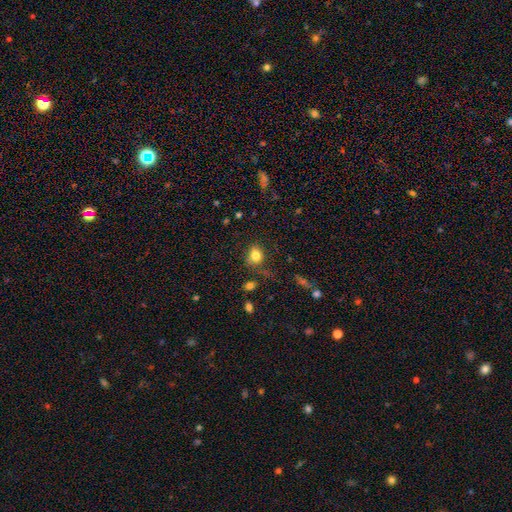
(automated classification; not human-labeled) A smooth galaxy with no disk features (81%) that is round (54%).

Vote fractions:
- Smooth or featured? smooth: 81% / star or artifact: 12% / featured or disk: 7%
- How rounded? round: 54% / in between: 45% / cigar-shaped: 1%
- Merging? none: 73% / minor disturbance: 18% / major disturbance: 6% / merger: 3%